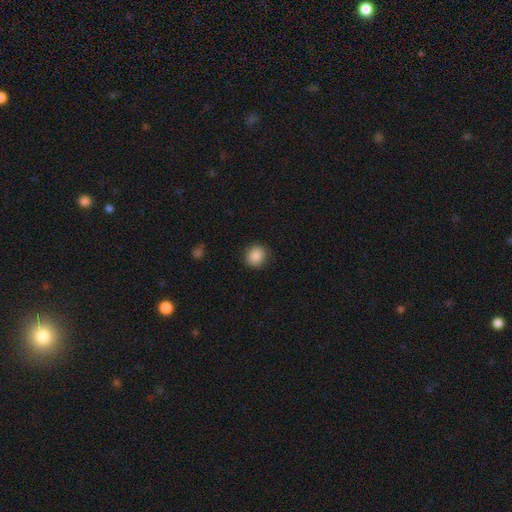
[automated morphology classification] Smooth or featured: smooth — 88% (star or artifact — 9%)
How rounded: round — 83% (in between — 16%)
Merging: none — 89% (minor disturbance — 8%)